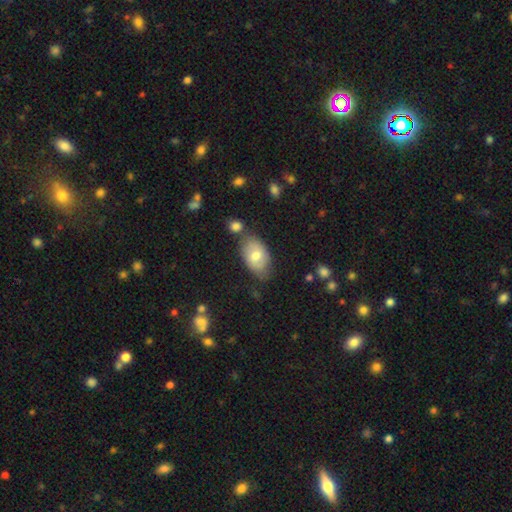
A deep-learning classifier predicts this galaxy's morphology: Smooth or featured: smooth — 69% (featured or disk — 24%)
How rounded: in between — 91% (round — 8%)
Merging: none — 66% (minor disturbance — 21%)